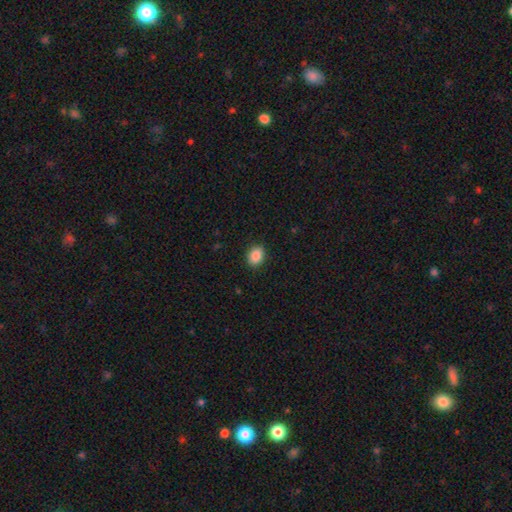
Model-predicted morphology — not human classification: Smooth or featured: smooth — 88% (star or artifact — 8%)
How rounded: in between — 71% (round — 28%)
Merging: none — 89% (minor disturbance — 8%)